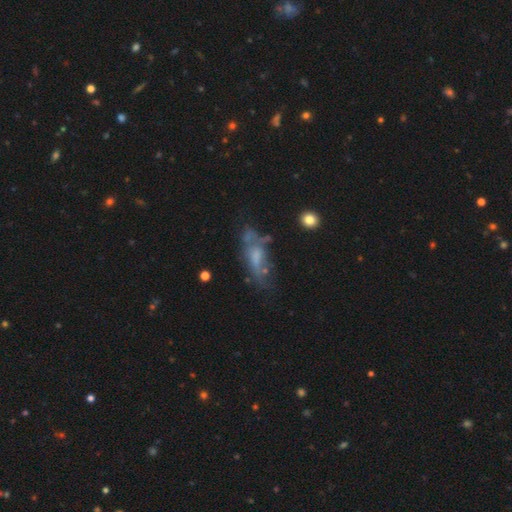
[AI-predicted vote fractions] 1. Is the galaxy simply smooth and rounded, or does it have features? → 52% featured or disk, 36% smooth, 12% star or artifact.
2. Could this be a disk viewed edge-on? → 82% no, 18% yes.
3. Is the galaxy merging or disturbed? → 44% none, 25% minor disturbance, 23% major disturbance, 8% merger.